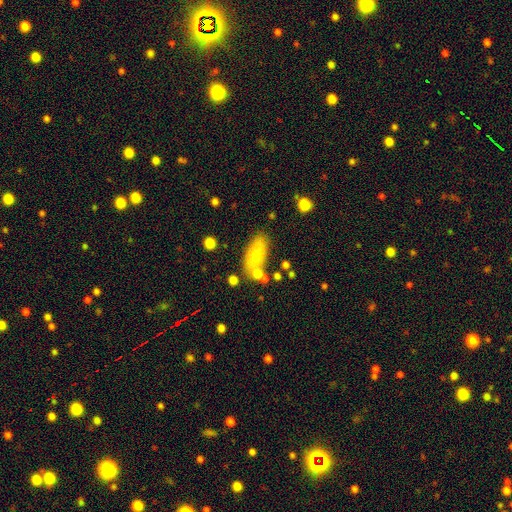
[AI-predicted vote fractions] smooth 76%, featured or disk 16%, star or artifact 8%. Down the decision tree: how rounded — in between (83%); merging — none (68%).